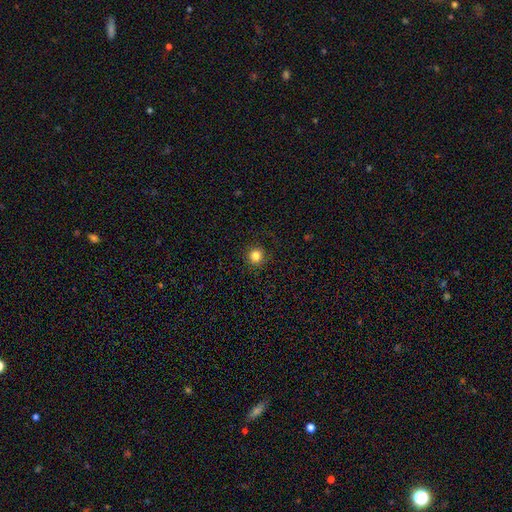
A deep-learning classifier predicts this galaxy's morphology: A smooth galaxy with no disk features (84%) that is round (94%).

Vote fractions:
- Smooth or featured? smooth: 84% / star or artifact: 12% / featured or disk: 5%
- How rounded? round: 94% / in between: 5% / cigar-shaped: 1%
- Merging? none: 88% / minor disturbance: 8% / major disturbance: 3% / merger: 1%